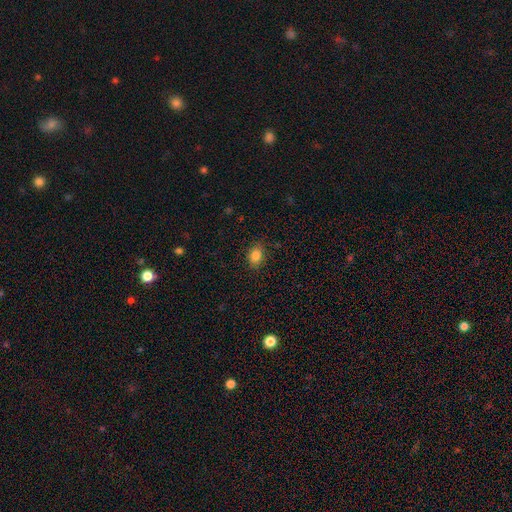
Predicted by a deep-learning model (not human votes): smooth_or_featured: smooth (p=0.84) [alt: star or artifact p=0.10]
how_rounded: in between (p=0.67) [alt: round p=0.32]
merging: none (p=0.85) [alt: minor disturbance p=0.12]